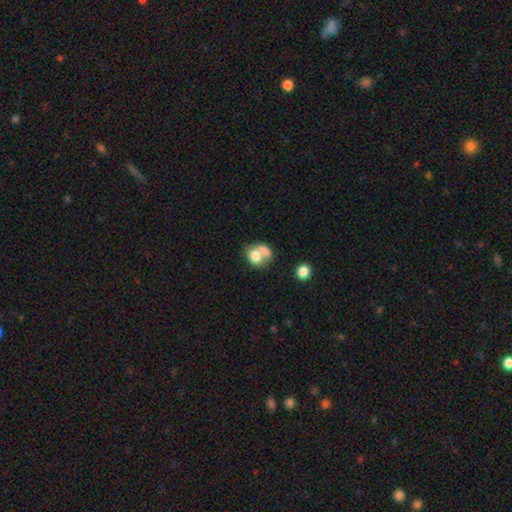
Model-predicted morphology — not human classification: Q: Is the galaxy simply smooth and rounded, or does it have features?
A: smooth — 73%.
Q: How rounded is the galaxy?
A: round — 50%.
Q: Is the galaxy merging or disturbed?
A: merger — 56%.